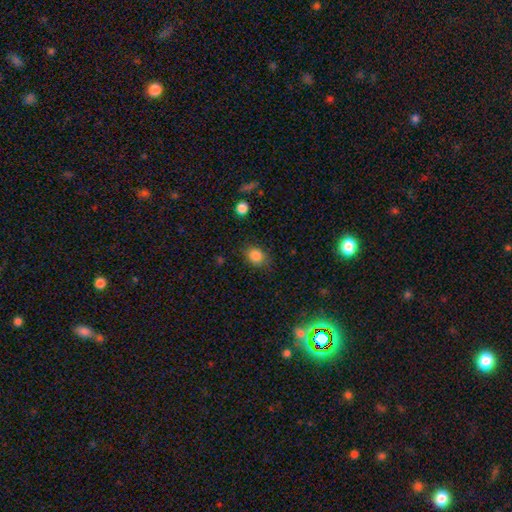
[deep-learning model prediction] A smooth galaxy with no disk features (84%) that is in between round and cigar-shaped (52%). Merging: none (80%).